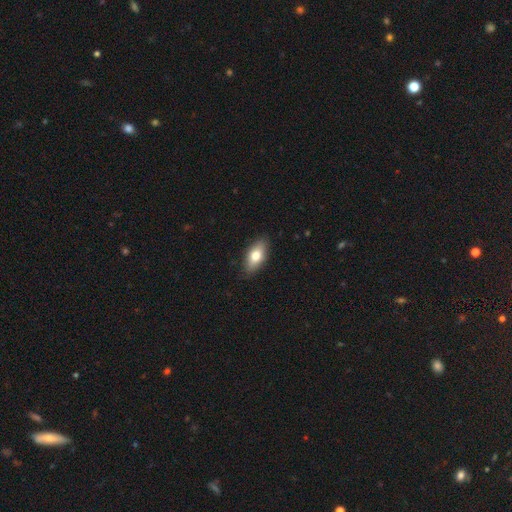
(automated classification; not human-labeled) Smooth or featured?
  - smooth: 76% *
  - featured or disk: 17%
  - star or artifact: 7%
How rounded?
  - in between: 87% *
  - cigar-shaped: 9%
  - round: 4%
Merging?
  - none: 87% *
  - minor disturbance: 10%
  - major disturbance: 2%
  - merger: 1%